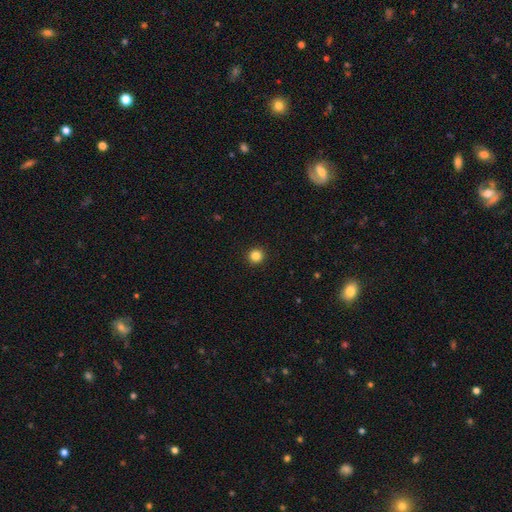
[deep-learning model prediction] Morphology: type=smooth (84%); roundness=round (95%); merging=none (94%).